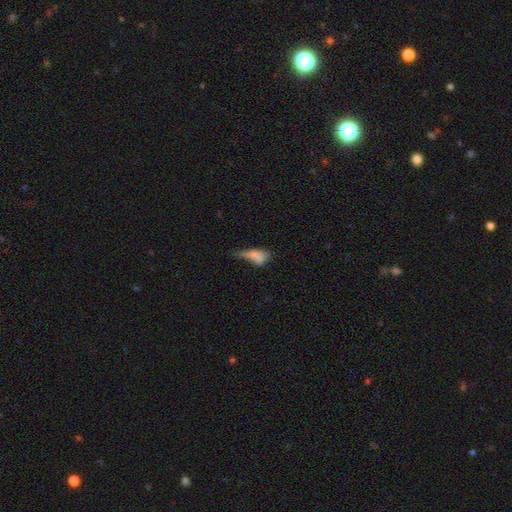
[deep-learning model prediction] Smooth or featured: smooth — 65% (featured or disk — 24%)
How rounded: in between — 69% (cigar-shaped — 22%)
Merging: major disturbance — 34% (minor disturbance — 24%)